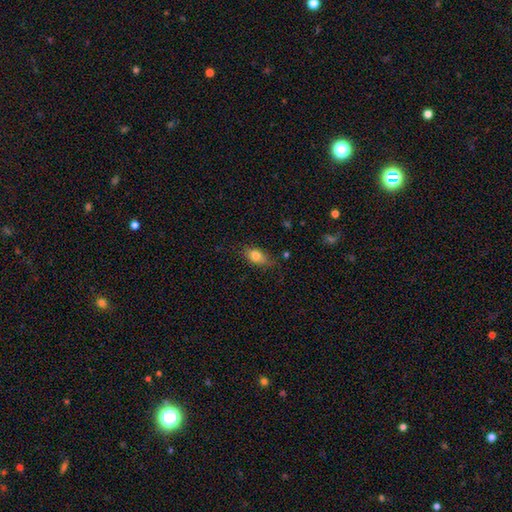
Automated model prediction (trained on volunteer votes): Q: Smooth or featured?
A: smooth (79%); runner-up: featured or disk (12%)
Q: How rounded?
A: in between (84%); runner-up: round (10%)
Q: Merging?
A: none (66%); runner-up: minor disturbance (25%)